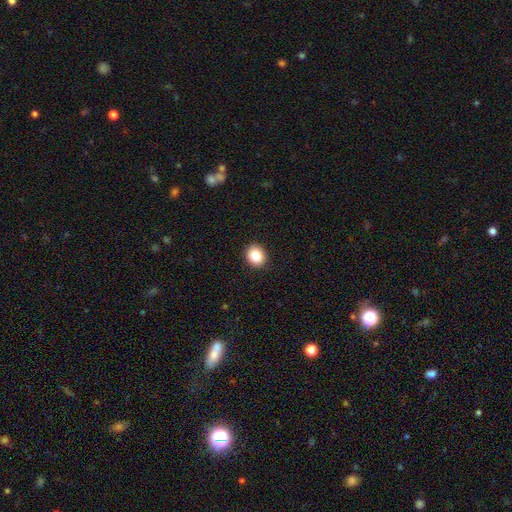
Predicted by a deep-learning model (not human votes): Smooth or featured?
  - smooth: 86% *
  - star or artifact: 9%
  - featured or disk: 5%
How rounded?
  - round: 63% *
  - in between: 36%
  - cigar-shaped: 1%
Merging?
  - none: 91% *
  - minor disturbance: 6%
  - major disturbance: 2%
  - merger: 1%